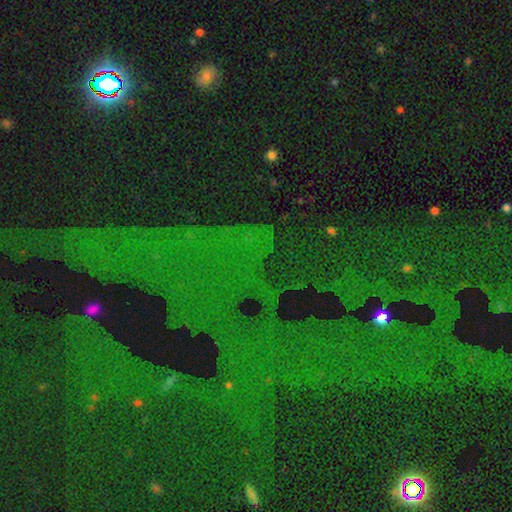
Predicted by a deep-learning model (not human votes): Smooth or featured? star or artifact (82%)